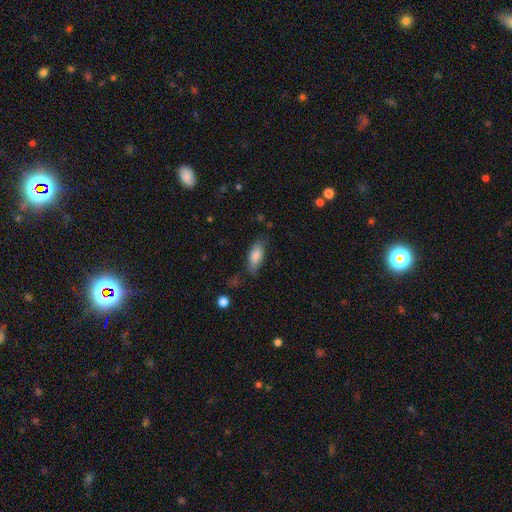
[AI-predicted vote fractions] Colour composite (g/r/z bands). It shows a smooth galaxy with no disk features (81%) that is in between round and cigar-shaped (79%). Merging: none (70%).